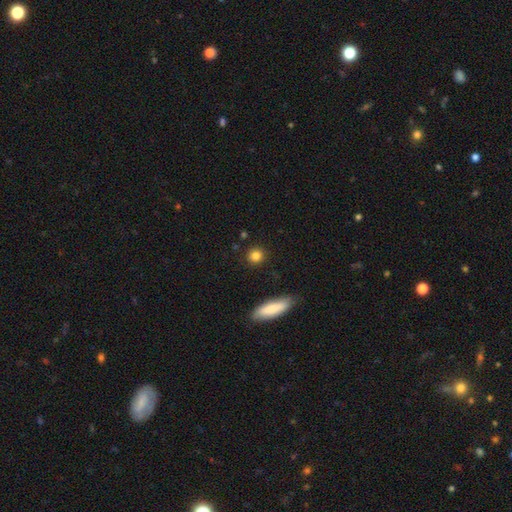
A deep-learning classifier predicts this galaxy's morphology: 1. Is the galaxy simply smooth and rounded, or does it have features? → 85% smooth, 9% star or artifact, 6% featured or disk.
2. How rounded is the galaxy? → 86% round, 11% in between, 3% cigar-shaped.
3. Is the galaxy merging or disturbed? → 88% none, 7% minor disturbance, 2% merger, 2% major disturbance.